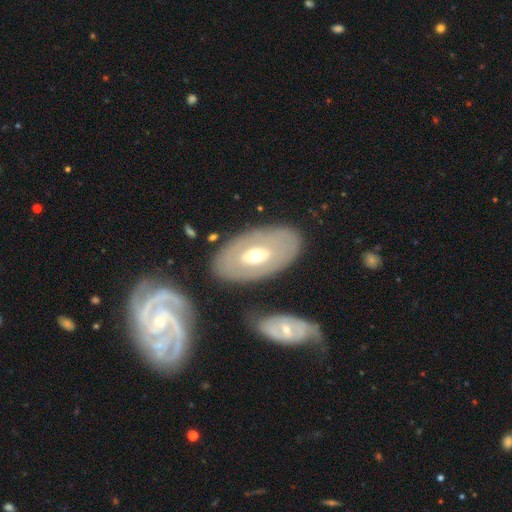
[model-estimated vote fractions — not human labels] A featured or disk galaxy (65%) with no bar (57%), no spiral arms (57%) and a moderate central bulge (67%).

Vote fractions:
- Smooth or featured? featured or disk: 65% / smooth: 30% / star or artifact: 5%
- Edge-on disk? no: 89% / yes: 11%
- Bar? no: 57% / weak: 29% / strong: 14%
- Spiral arms? no: 57% / yes: 43%
- Bulge size? moderate: 67% / small: 23% / large: 7% / dominant: 1% / none: 1%
- Merging? none: 77% / minor disturbance: 13% / merger: 6% / major disturbance: 5%